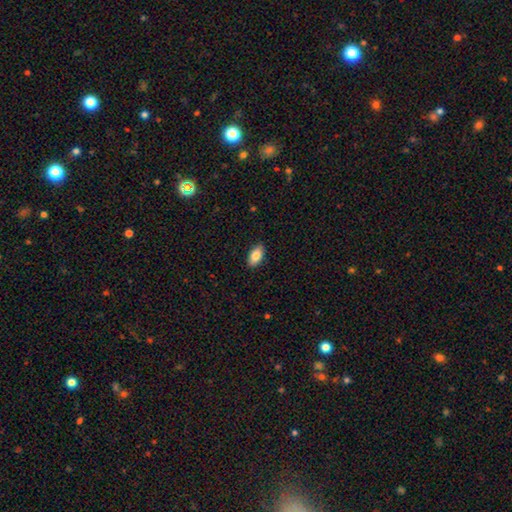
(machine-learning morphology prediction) smooth-or-featured: smooth: 83% | featured or disk: 10% | star or artifact: 7%
  how-rounded: in between: 93% | cigar-shaped: 4% | round: 3%
  merging: none: 89% | minor disturbance: 8% | major disturbance: 2% | merger: 1%